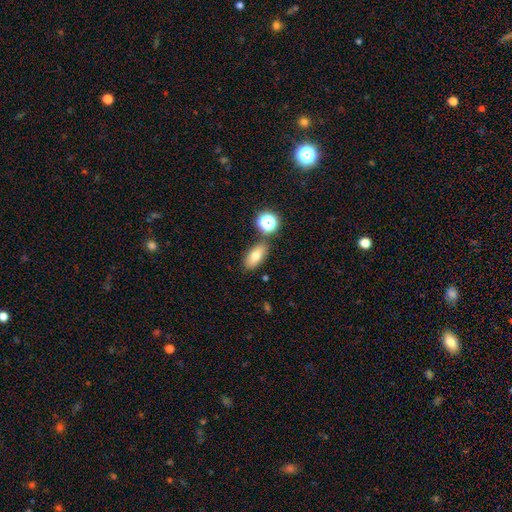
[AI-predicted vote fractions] This appears to be a smooth galaxy with no disk features (72%) that is in between round and cigar-shaped (82%). Merging: none (79%).